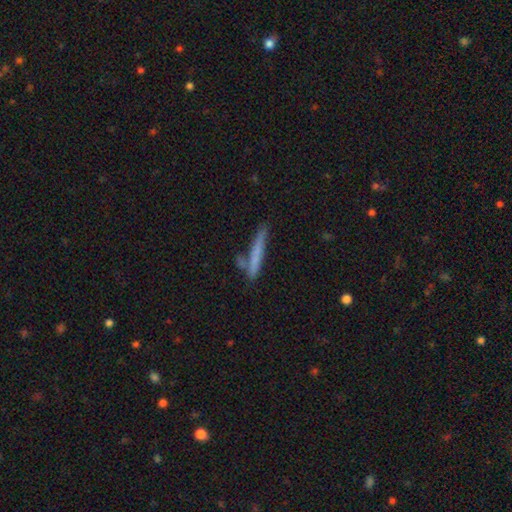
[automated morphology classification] Smooth or featured?
  - smooth: 62% *
  - featured or disk: 31%
  - star or artifact: 7%
How rounded?
  - cigar-shaped: 95% *
  - in between: 4%
  - round: 2%
Merging?
  - none: 70% *
  - minor disturbance: 15%
  - merger: 12%
  - major disturbance: 4%